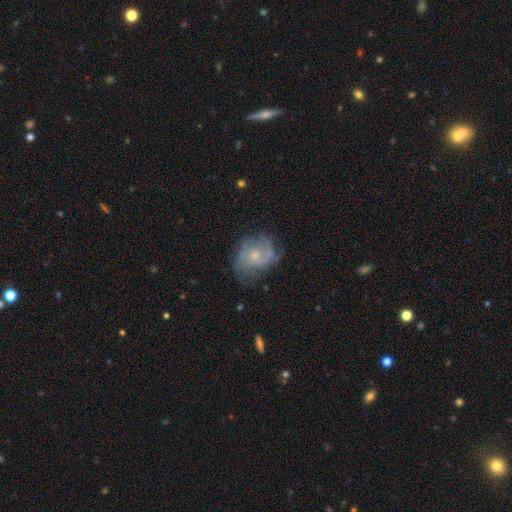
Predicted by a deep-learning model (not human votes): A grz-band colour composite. It shows a featured or disk galaxy (69%) with no bar (75%), 2 (40%) medium (42%) spiral arms (84%) and a small central bulge (64%). Merging: none (58%).